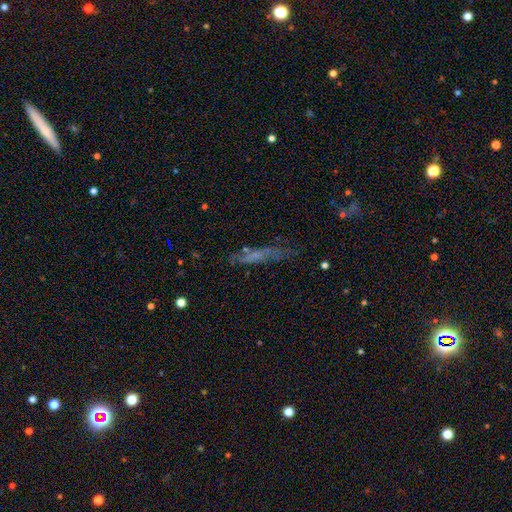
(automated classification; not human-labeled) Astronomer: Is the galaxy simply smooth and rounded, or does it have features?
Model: smooth — 44% (runner-up: featured or disk, 41%).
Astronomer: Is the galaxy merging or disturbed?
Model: none — 58%.